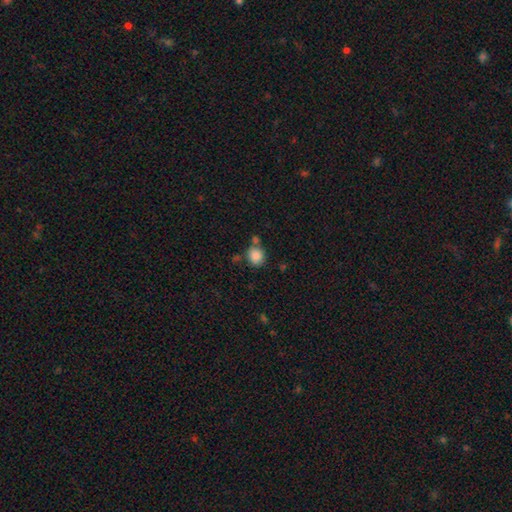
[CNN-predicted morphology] Smooth or featured? Predicted: smooth (p=0.86). How rounded? Predicted: round (p=0.72). Merging? Predicted: none (p=0.65).